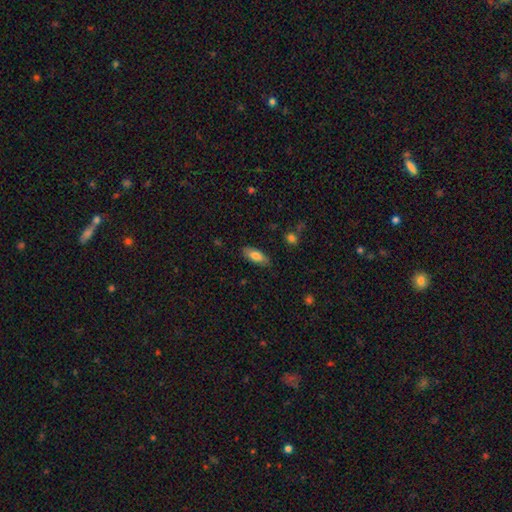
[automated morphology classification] This appears to be a smooth galaxy with no disk features (77%) that is in between round and cigar-shaped (77%). Merging: none (84%).